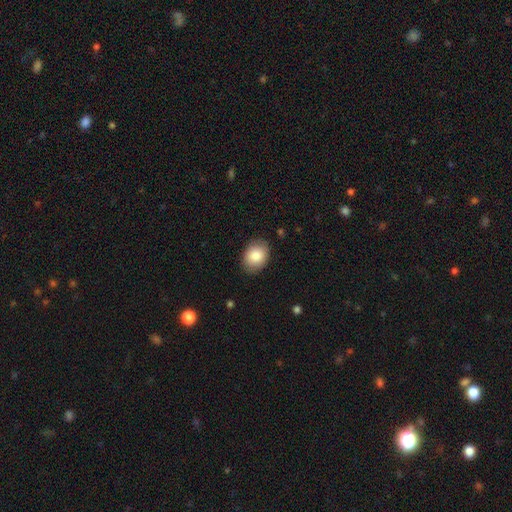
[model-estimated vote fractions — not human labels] smooth_or_featured: smooth (p=0.85) [alt: featured or disk p=0.08]
how_rounded: in between (p=0.70) [alt: round p=0.29]
merging: none (p=0.85) [alt: minor disturbance p=0.12]